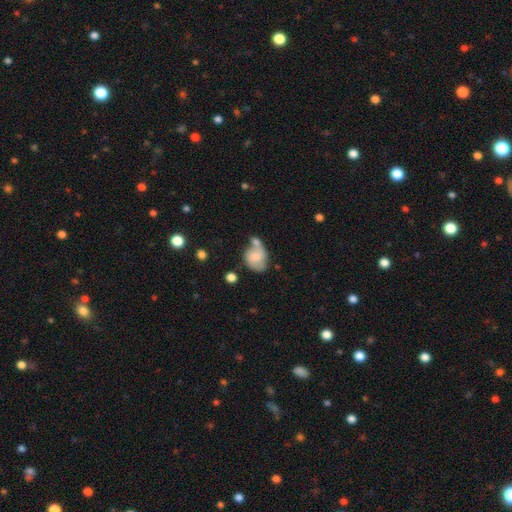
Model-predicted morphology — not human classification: Q: Smooth or featured?
A: smooth (59%); runner-up: featured or disk (32%)
Q: How rounded?
A: in between (56%); runner-up: round (43%)
Q: Merging?
A: merger (35%); runner-up: none (30%)